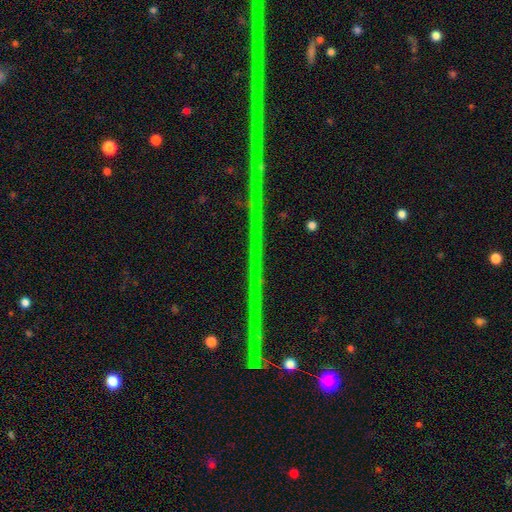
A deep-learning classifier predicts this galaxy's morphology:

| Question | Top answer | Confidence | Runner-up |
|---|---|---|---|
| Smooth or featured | star or artifact | 82% | featured or disk (12%) |